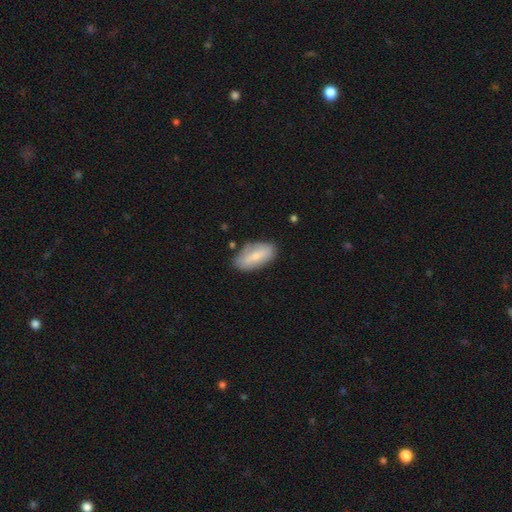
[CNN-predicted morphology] Q: Smooth or featured?
A: smooth (70%); runner-up: featured or disk (24%)
Q: How rounded?
A: in between (89%); runner-up: cigar-shaped (8%)
Q: Merging?
A: none (75%); runner-up: minor disturbance (19%)